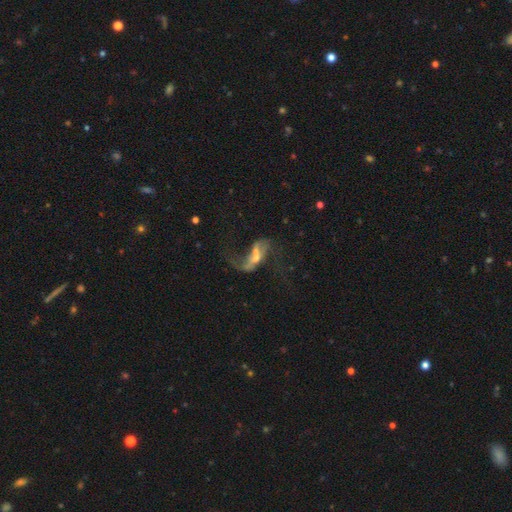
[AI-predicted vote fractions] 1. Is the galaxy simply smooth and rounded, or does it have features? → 67% featured or disk, 23% smooth, 11% star or artifact.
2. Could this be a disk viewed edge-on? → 91% no, 9% yes.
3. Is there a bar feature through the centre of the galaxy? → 49% no, 33% weak, 18% strong.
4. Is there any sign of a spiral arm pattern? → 62% yes, 38% no.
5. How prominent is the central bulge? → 42% small, 37% moderate, 15% none, 5% large, 2% dominant.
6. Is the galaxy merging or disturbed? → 34% major disturbance, 32% merger, 22% none, 12% minor disturbance.